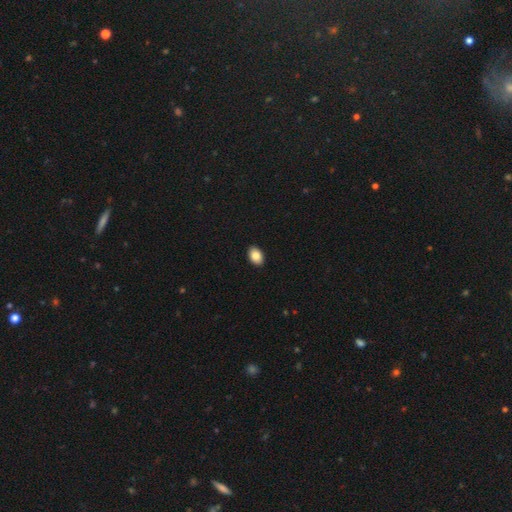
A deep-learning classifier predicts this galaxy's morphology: Overall: smooth (87%). How rounded: in between (86%). Merging: none (91%).